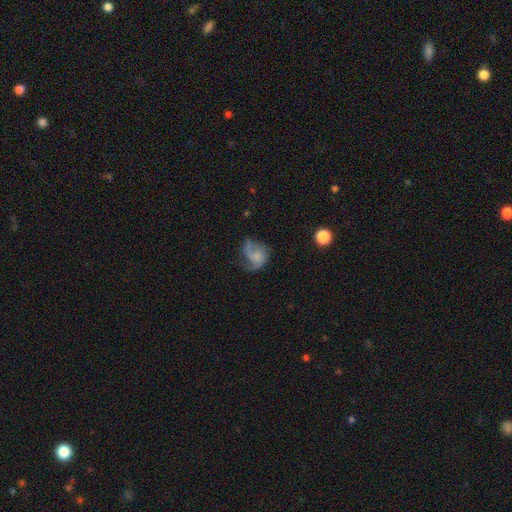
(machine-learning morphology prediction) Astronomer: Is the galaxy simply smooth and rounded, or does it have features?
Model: featured or disk — 58%.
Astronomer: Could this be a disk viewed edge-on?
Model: no — 98%.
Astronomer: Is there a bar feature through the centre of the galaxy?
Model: no — 74%.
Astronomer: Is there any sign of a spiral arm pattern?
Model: yes — 83%.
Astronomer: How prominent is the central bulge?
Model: none — 45% (runner-up: small, 30%).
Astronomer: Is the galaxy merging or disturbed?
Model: none — 41% (runner-up: major disturbance, 30%).